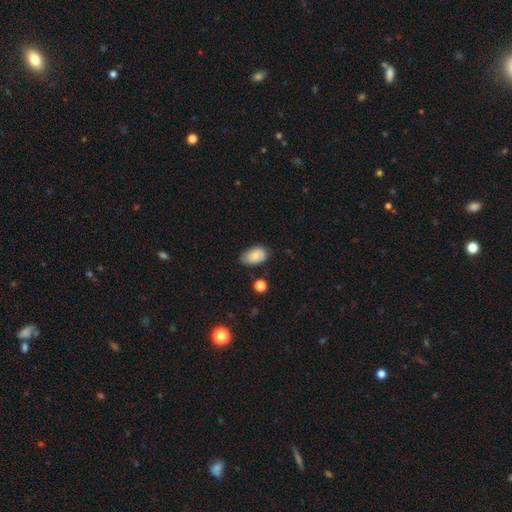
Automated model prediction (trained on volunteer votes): A smooth galaxy with no disk features (80%) that is in between round and cigar-shaped (91%). Merging: none (64%).